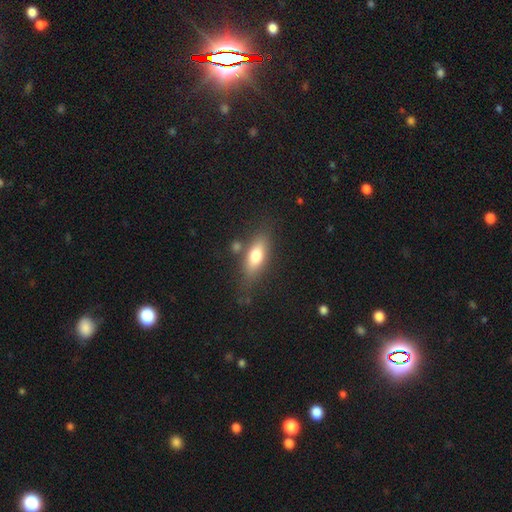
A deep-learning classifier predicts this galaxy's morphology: Overall: smooth (71%). How rounded: in between (69%). Merging: none (73%).